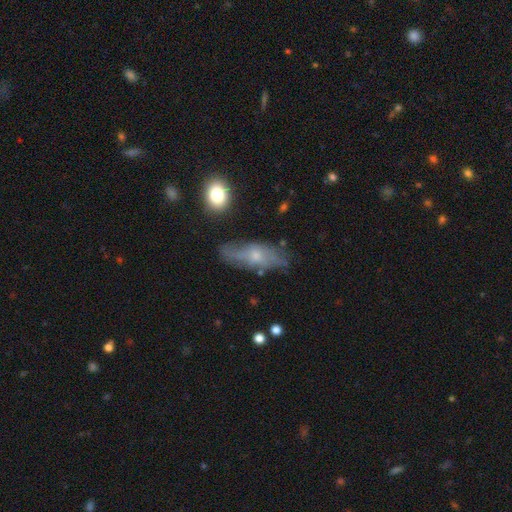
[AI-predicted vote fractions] Smooth or featured: featured or disk — 55% (smooth — 37%)
Edge-on disk: no — 66% (yes — 34%)
Merging: none — 56% (minor disturbance — 29%)